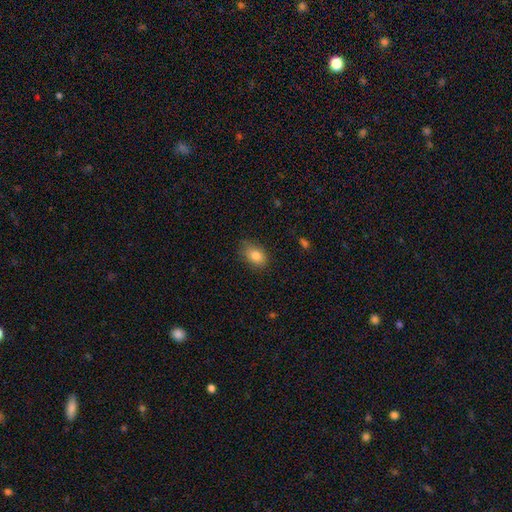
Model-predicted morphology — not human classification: smooth_or_featured: smooth (p=0.84) [alt: star or artifact p=0.09]
how_rounded: in between (p=0.83) [alt: round p=0.16]
merging: none (p=0.74) [alt: minor disturbance p=0.20]